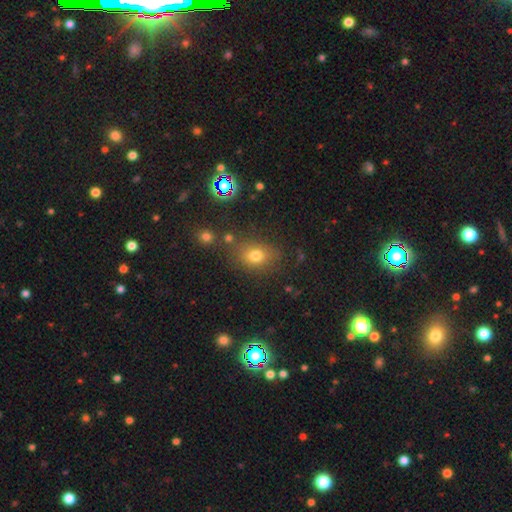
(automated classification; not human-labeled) Smooth or featured?
  - smooth: 73% *
  - star or artifact: 18%
  - featured or disk: 10%
How rounded?
  - in between: 52% *
  - round: 46%
  - cigar-shaped: 2%
Merging?
  - none: 73% *
  - minor disturbance: 14%
  - merger: 7%
  - major disturbance: 6%